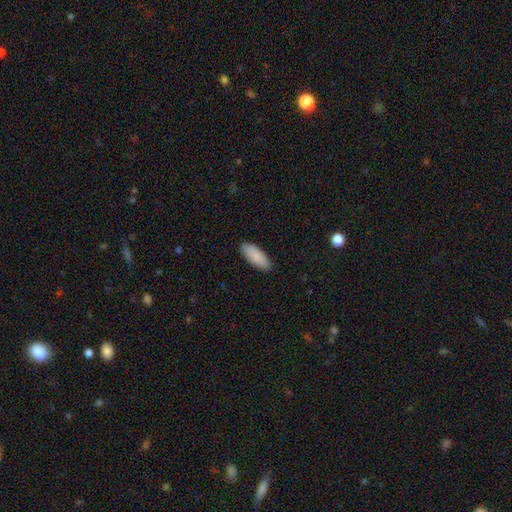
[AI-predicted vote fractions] Smooth or featured? Predicted: smooth (p=0.90). How rounded? Predicted: in between (p=0.76). Merging? Predicted: none (p=0.89).